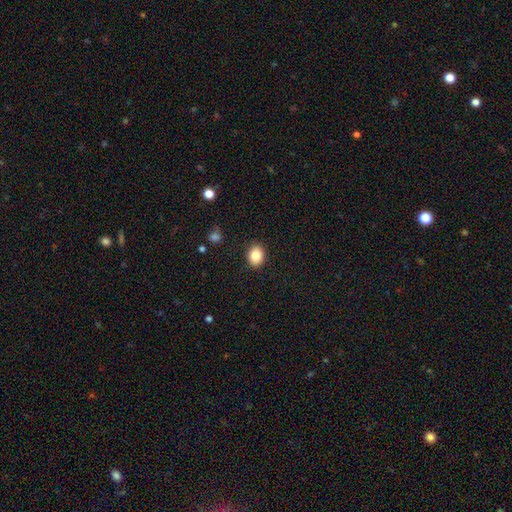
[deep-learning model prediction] Morphology: type=smooth (85%); roundness=in between (56%); merging=none (89%).